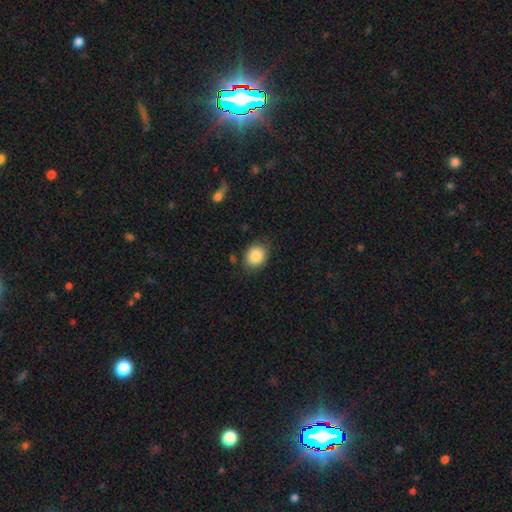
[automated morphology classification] The model was most divided on "how rounded": round: 60%, in between: 40%, cigar-shaped: 1%. More confident: smooth or featured — smooth (87%); merging — none (79%).